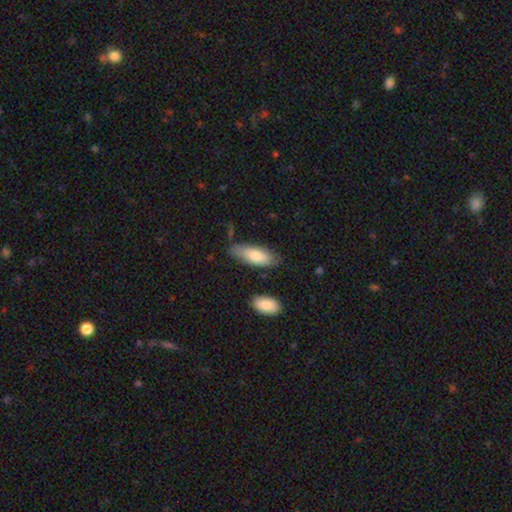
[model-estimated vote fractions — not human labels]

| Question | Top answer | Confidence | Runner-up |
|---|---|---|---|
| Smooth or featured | smooth | 78% | featured or disk (16%) |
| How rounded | in between | 74% | cigar-shaped (24%) |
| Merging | none | 74% | minor disturbance (18%) |